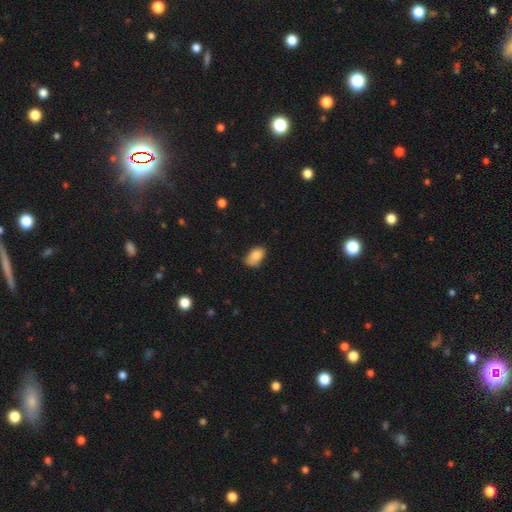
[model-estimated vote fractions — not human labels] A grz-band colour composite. It shows a smooth galaxy with no disk features (83%) that is in between round and cigar-shaped (89%). Merging: none (55%).